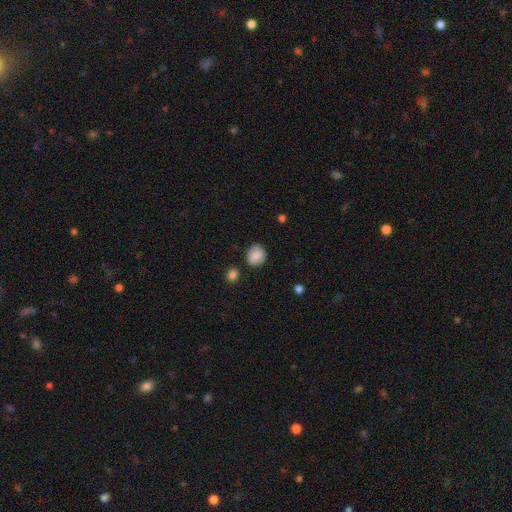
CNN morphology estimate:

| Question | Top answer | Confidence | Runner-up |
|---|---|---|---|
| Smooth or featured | smooth | 87% | star or artifact (8%) |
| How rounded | round | 70% | in between (29%) |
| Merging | none | 76% | minor disturbance (17%) |